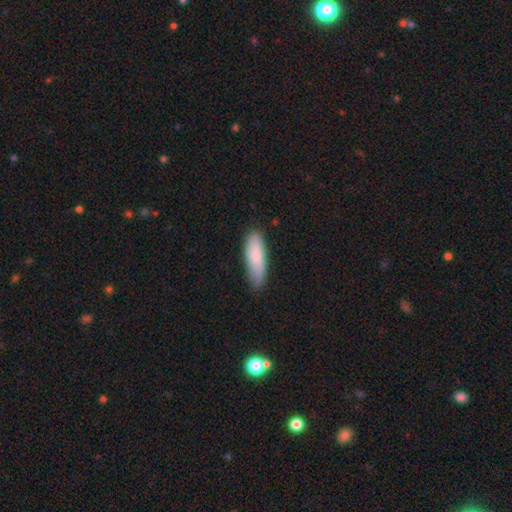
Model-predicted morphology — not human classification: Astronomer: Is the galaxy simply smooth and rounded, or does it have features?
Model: smooth — 83%.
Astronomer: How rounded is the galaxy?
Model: in between — 52% (runner-up: cigar-shaped, 47%).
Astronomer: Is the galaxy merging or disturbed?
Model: none — 71%.